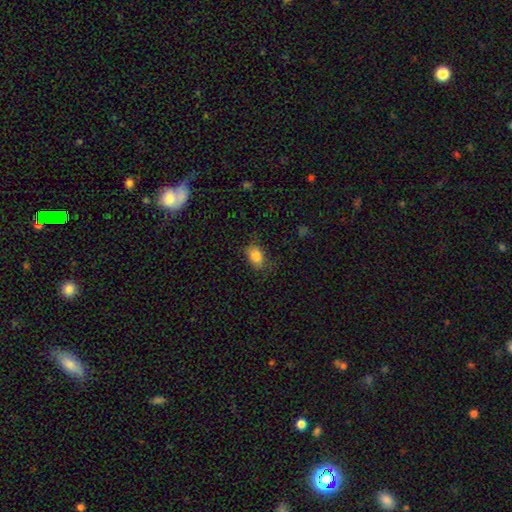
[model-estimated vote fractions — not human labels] smooth_or_featured: smooth (p=0.85) [alt: star or artifact p=0.09]
how_rounded: in between (p=0.81) [alt: round p=0.18]
merging: none (p=0.74) [alt: minor disturbance p=0.19]